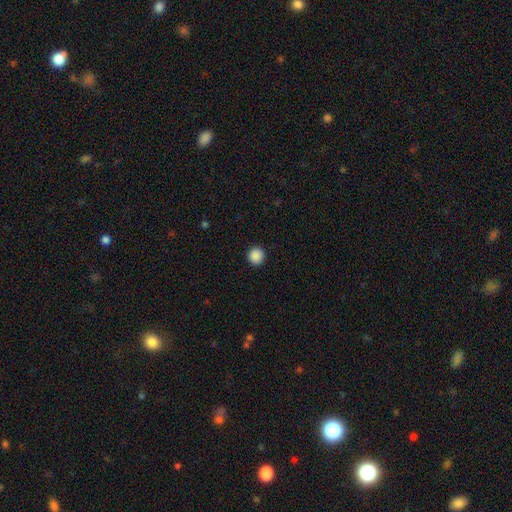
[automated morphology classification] Q: Smooth or featured?
A: smooth (89%); runner-up: star or artifact (9%)
Q: How rounded?
A: round (95%); runner-up: in between (5%)
Q: Merging?
A: none (93%); runner-up: minor disturbance (4%)